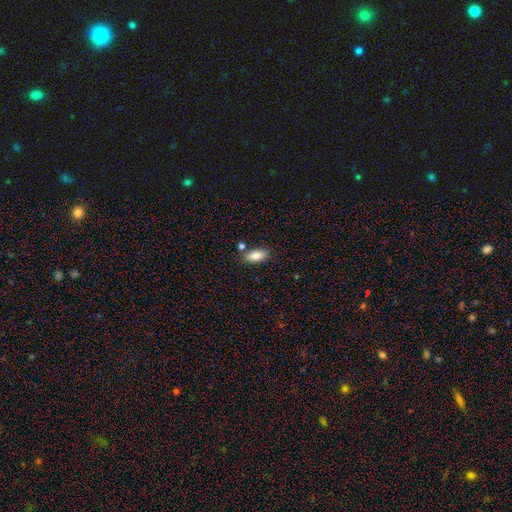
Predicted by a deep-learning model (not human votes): smooth-or-featured: smooth: 85% | featured or disk: 8% | star or artifact: 7%
  how-rounded: in between: 89% | cigar-shaped: 8% | round: 4%
  merging: none: 75% | minor disturbance: 13% | merger: 9% | major disturbance: 3%